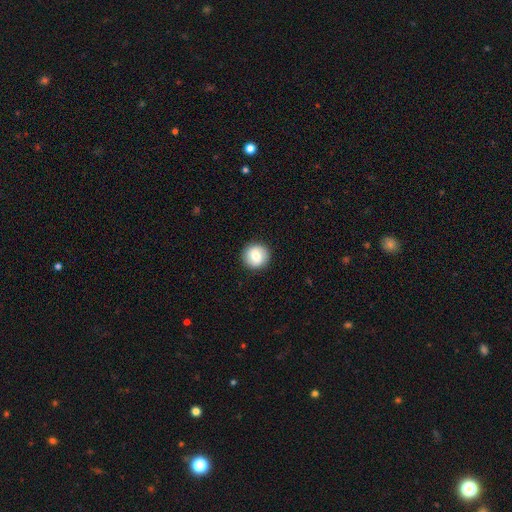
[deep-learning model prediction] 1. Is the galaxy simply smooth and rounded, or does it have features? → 78% smooth, 14% featured or disk, 8% star or artifact.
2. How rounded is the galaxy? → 94% round, 5% in between, 1% cigar-shaped.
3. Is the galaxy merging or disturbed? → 91% none, 6% minor disturbance, 2% major disturbance, 1% merger.